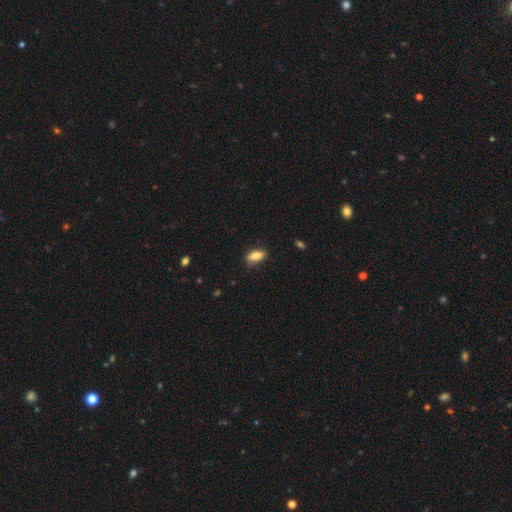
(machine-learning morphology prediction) Smooth or featured?
  - smooth: 78% *
  - featured or disk: 14%
  - star or artifact: 8%
How rounded?
  - in between: 79% *
  - cigar-shaped: 18%
  - round: 4%
Merging?
  - none: 77% *
  - minor disturbance: 18%
  - major disturbance: 3%
  - merger: 1%